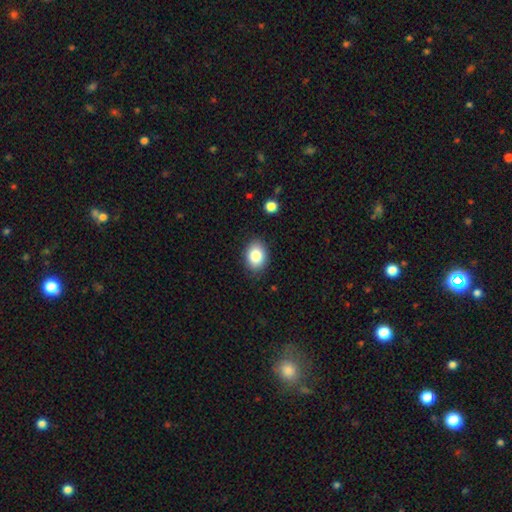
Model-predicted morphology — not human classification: type=smooth (84%); roundness=in between (66%); merging=none (87%).